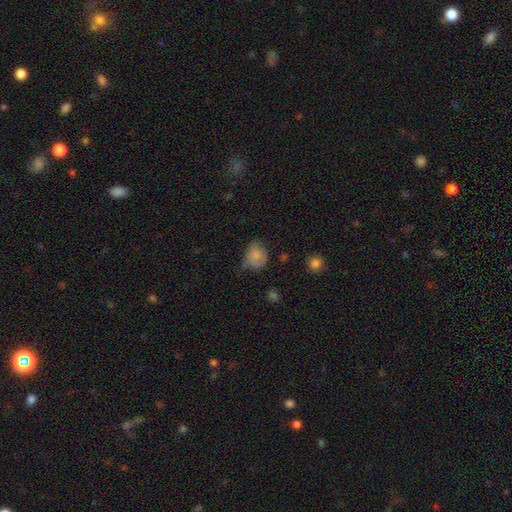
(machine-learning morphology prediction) This appears to be a smooth galaxy with no disk features (79%) that is round (52%). Merging: none (43%).